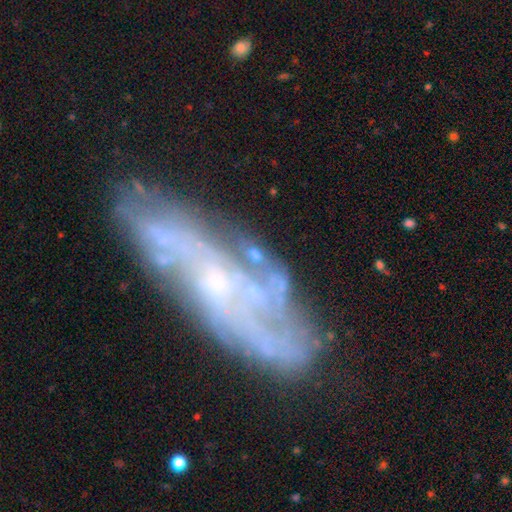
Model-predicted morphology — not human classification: Q: Smooth or featured?
A: featured or disk (73%); runner-up: smooth (18%)
Q: Edge-on disk?
A: no (82%); runner-up: yes (18%)
Q: Bar?
A: no (74%); runner-up: weak (21%)
Q: Spiral arms?
A: yes (72%); runner-up: no (28%)
Q: Bulge size?
A: small (51%); runner-up: moderate (24%)
Q: Merging?
A: none (62%); runner-up: minor disturbance (21%)